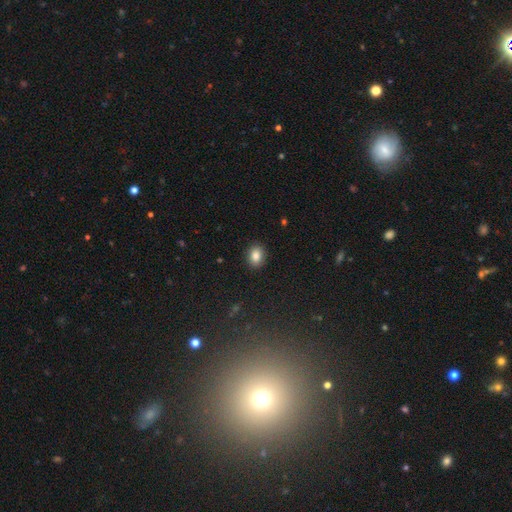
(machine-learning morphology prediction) Q: Smooth or featured?
A: smooth (85%); runner-up: star or artifact (9%)
Q: How rounded?
A: in between (62%); runner-up: round (37%)
Q: Merging?
A: none (90%); runner-up: minor disturbance (7%)